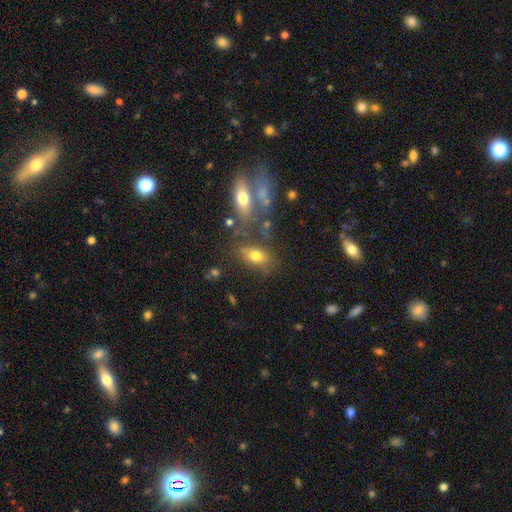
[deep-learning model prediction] smooth_or_featured: smooth (p=0.72) [alt: featured or disk p=0.17]
how_rounded: in between (p=0.83) [alt: round p=0.11]
merging: none (p=0.58) [alt: minor disturbance p=0.17]